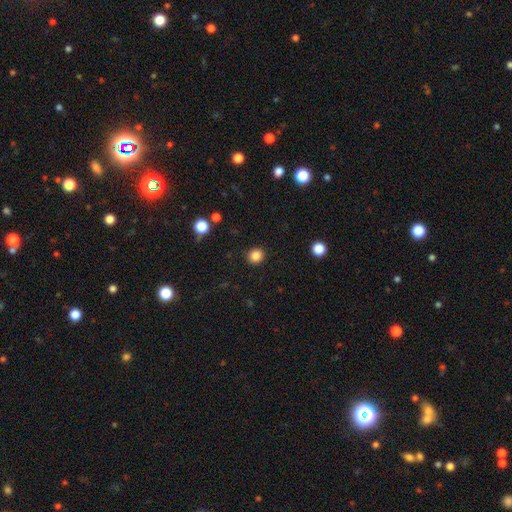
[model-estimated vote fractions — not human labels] smooth 85%, star or artifact 11%, featured or disk 4%. Down the decision tree: how rounded — round (86%); merging — none (91%).